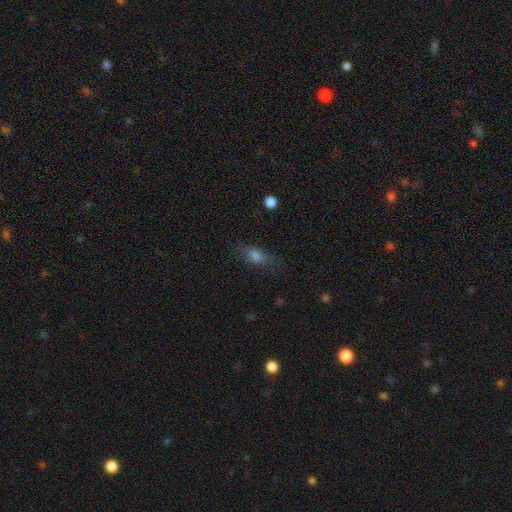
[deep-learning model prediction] Smooth or featured? smooth (65%)
How rounded? in between (61%)
Merging? none (76%)